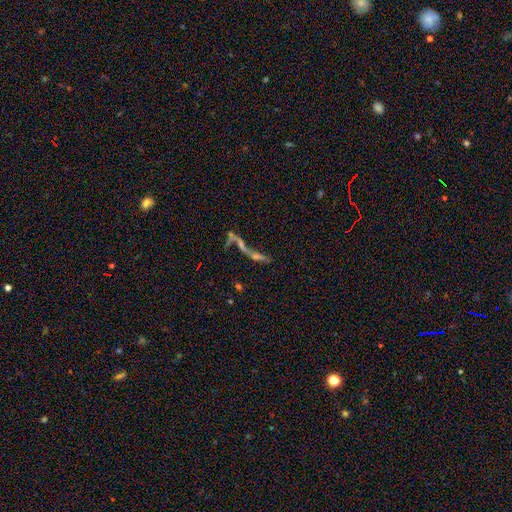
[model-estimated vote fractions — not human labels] Smooth or featured? Predicted: featured or disk (p=0.54). Edge-on disk? Predicted: yes (p=0.52). Merging? Predicted: merger (p=0.42).